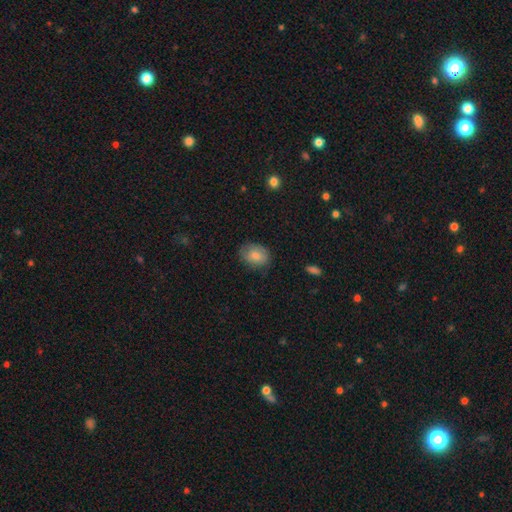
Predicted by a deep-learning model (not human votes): This is likely a smooth galaxy (79%). How rounded: likely in between (66%). Merging: likely none (75%).